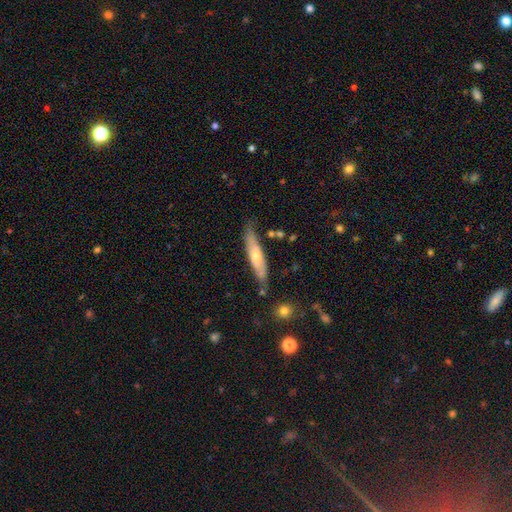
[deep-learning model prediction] A featured or disk galaxy (48%). Merging: none (74%).